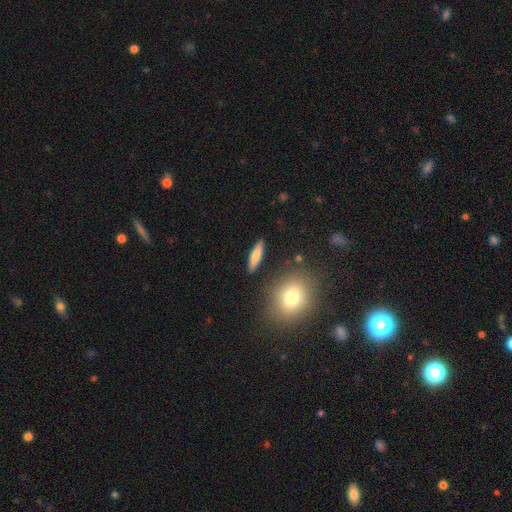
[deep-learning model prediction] A smooth galaxy with no disk features (70%) that is cigar-shaped (71%). Merging: none (88%).